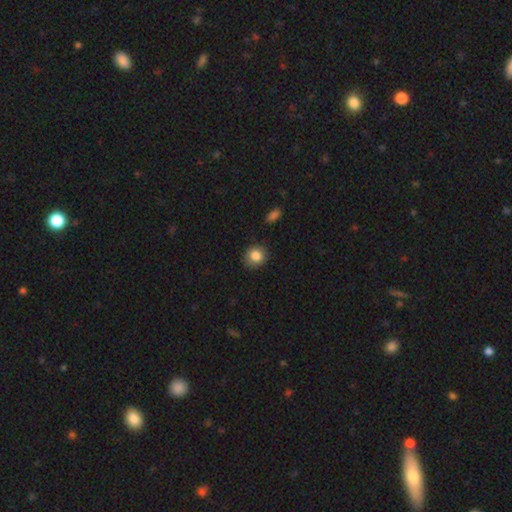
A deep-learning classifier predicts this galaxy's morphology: Smooth or featured: smooth — 85% (star or artifact — 9%)
How rounded: round — 81% (in between — 18%)
Merging: none — 83% (minor disturbance — 13%)